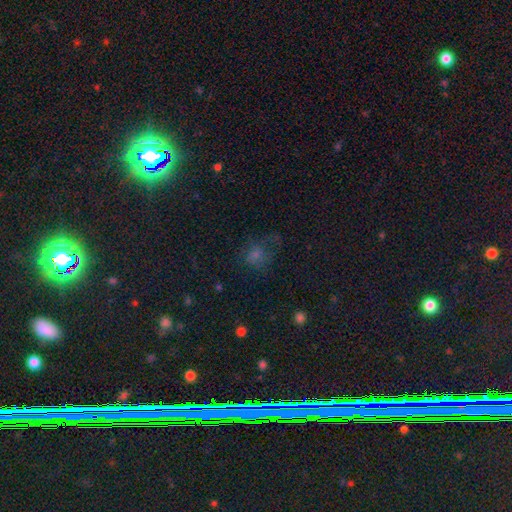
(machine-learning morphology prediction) Smooth or featured: star or artifact — 56% (smooth — 32%)